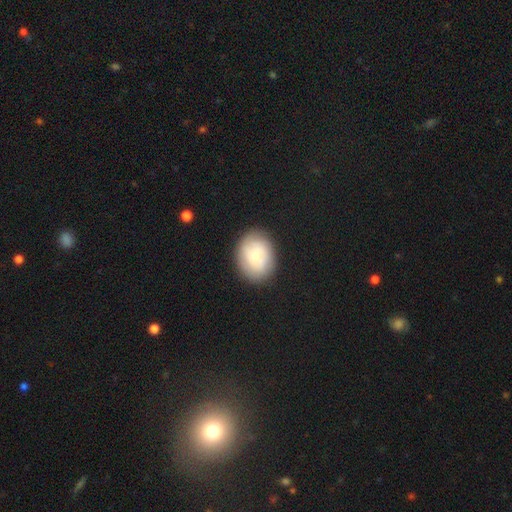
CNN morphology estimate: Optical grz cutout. It shows a smooth galaxy with no disk features (66%) that is in between round and cigar-shaped (60%). Merging: none (82%).